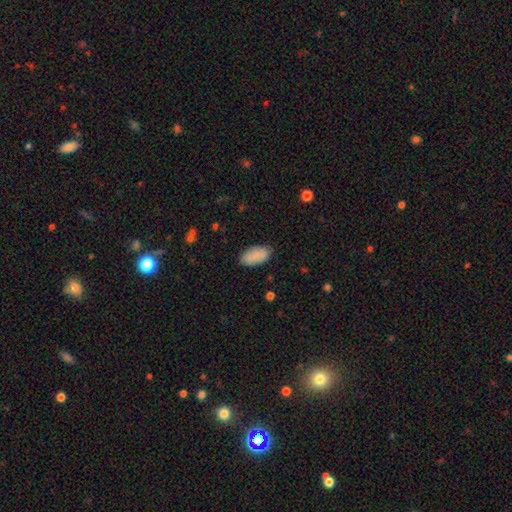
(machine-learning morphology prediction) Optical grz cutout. It shows a smooth galaxy with no disk features (86%) that is in between round and cigar-shaped (94%). Merging: none (83%).